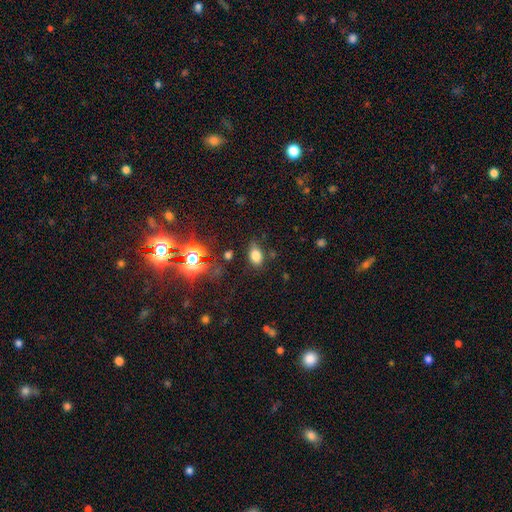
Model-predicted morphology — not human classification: Smooth or featured? Predicted: smooth (p=0.77). How rounded? Predicted: in between (p=0.80). Merging? Predicted: none (p=0.73).